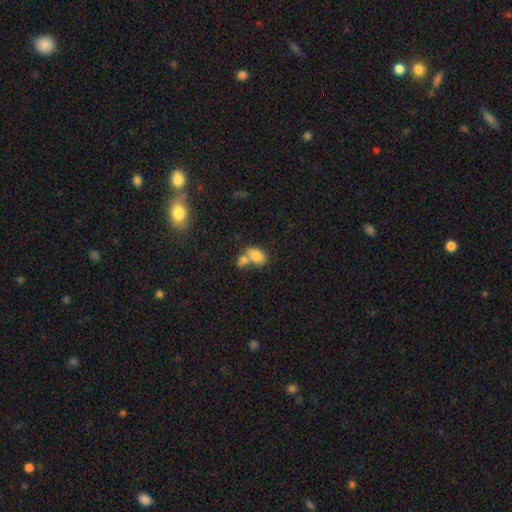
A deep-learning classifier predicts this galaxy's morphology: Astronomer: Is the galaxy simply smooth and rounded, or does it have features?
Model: smooth — 81%.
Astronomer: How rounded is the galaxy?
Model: in between — 86%.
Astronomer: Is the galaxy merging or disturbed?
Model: merger — 50% (runner-up: none, 35%).